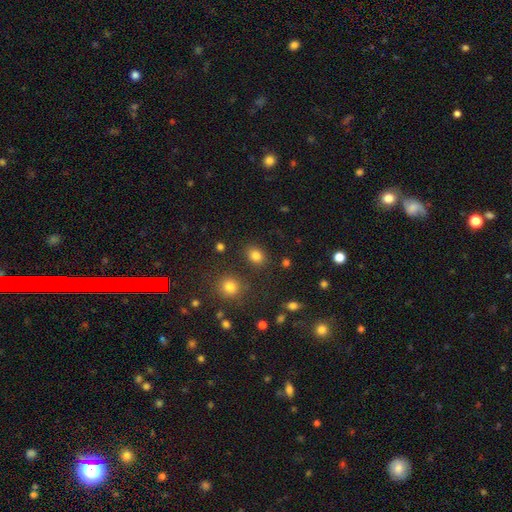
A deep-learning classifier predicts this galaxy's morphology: The model was most divided on "how rounded": in between: 55%, round: 44%, cigar-shaped: 1%. More confident: merging — none (83%); smooth or featured — smooth (82%).